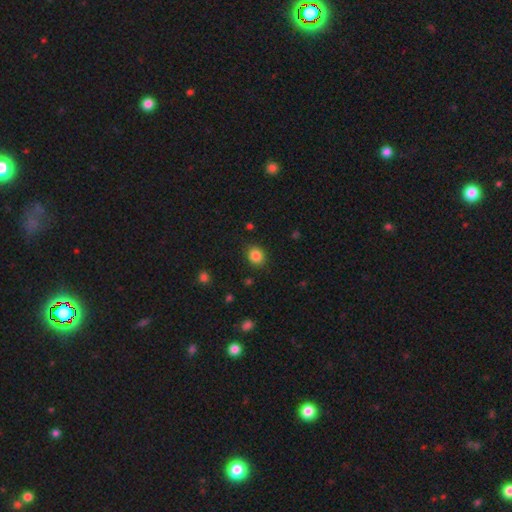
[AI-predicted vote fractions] smooth-or-featured: smooth: 84% | star or artifact: 11% | featured or disk: 5%
  how-rounded: round: 67% | in between: 32% | cigar-shaped: 1%
  merging: none: 87% | minor disturbance: 9% | major disturbance: 3% | merger: 1%